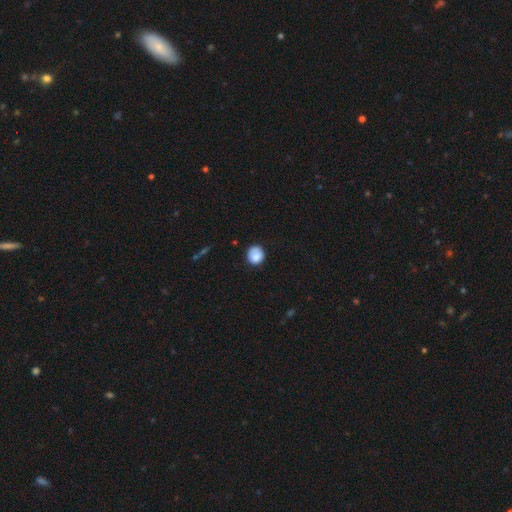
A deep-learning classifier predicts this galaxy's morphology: Smooth or featured? smooth (84%)
How rounded? round (87%)
Merging? none (74%)